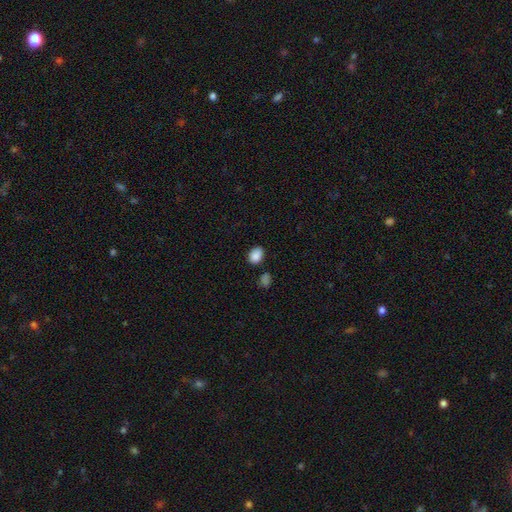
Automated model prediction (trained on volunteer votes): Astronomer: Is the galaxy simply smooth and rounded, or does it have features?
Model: smooth — 87%.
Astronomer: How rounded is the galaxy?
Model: in between — 68%.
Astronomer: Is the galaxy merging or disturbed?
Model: none — 77%.